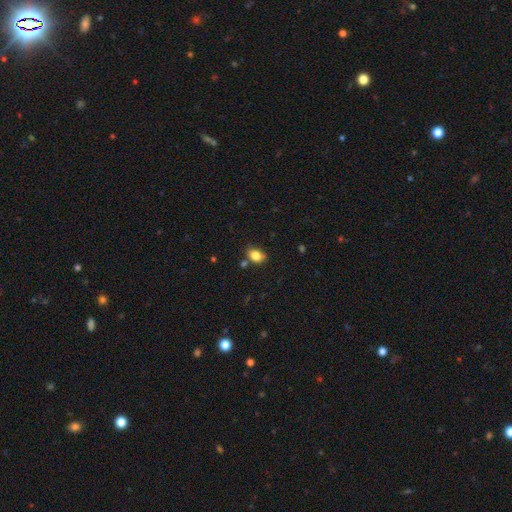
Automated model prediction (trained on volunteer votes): Smooth or featured? Predicted: smooth (p=0.83). How rounded? Predicted: in between (p=0.71). Merging? Predicted: none (p=0.68).